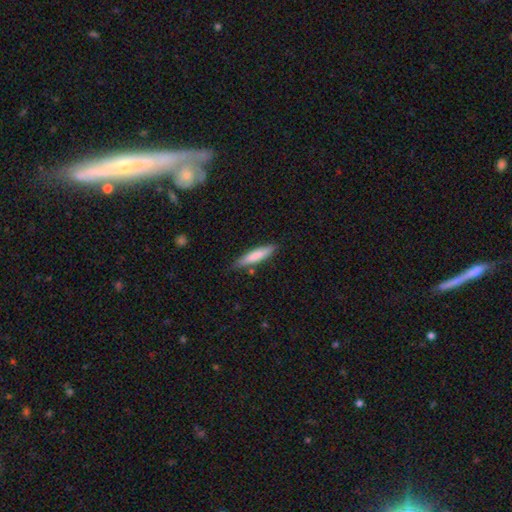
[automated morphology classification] smooth_or_featured: smooth (p=0.76) [alt: featured or disk p=0.18]
how_rounded: cigar-shaped (p=0.86) [alt: in between p=0.13]
merging: none (p=0.83) [alt: minor disturbance p=0.12]